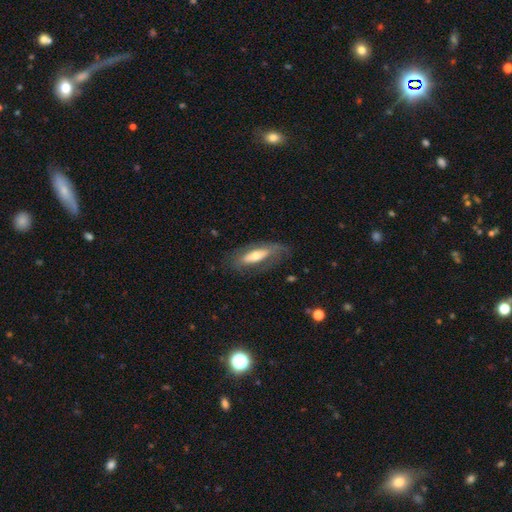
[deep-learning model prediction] featured or disk 50%, smooth 44%, star or artifact 6%. Down the decision tree: merging — none (65%).